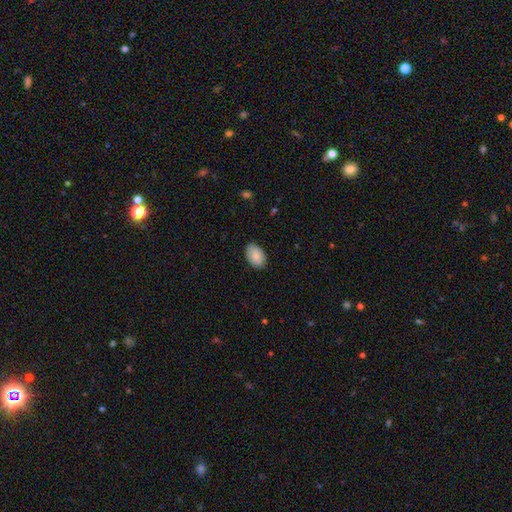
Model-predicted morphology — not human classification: Smooth or featured: smooth — 86% (featured or disk — 8%)
How rounded: in between — 90% (round — 9%)
Merging: none — 84% (minor disturbance — 13%)